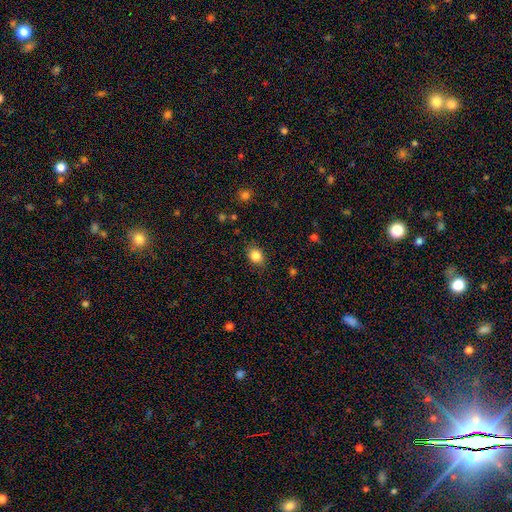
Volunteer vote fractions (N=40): A smooth galaxy with no disk features (88%) that is round (57%).

Vote fractions:
- Smooth or featured? smooth: 88% / star or artifact: 12% / featured or disk: 0%
- How rounded? round: 57% / in between: 43% / cigar-shaped: 0%
- Merging? none: 89% / minor disturbance: 11% / major disturbance: 0% / merger: 0%